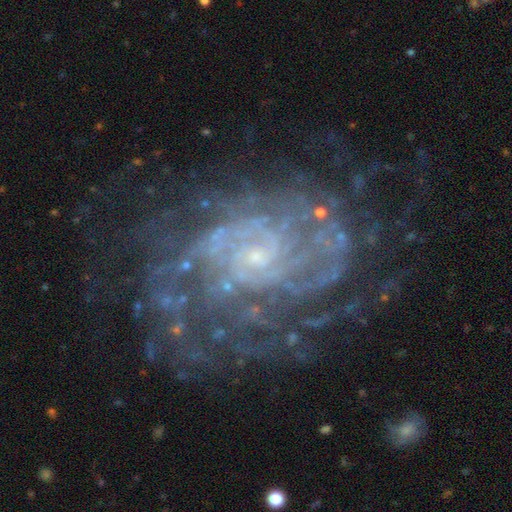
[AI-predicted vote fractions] Overall: featured or disk (87%). Edge-on disk: no (97%). Bar: no (68%). Spiral arms: yes (94%). Spiral arm count: can't tell (39%; 2 15%). Spiral winding: tight (68%). Bulge size: small (78%). Merging: none (67%).